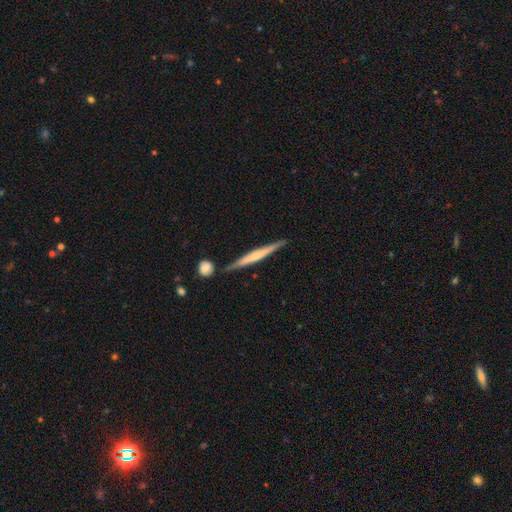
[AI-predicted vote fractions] Smooth or featured: featured or disk — 54% (smooth — 41%)
Edge-on disk: yes — 97% (no — 3%)
Edge-on bulge: none — 55% (rounded — 27%)
Merging: none — 83% (minor disturbance — 10%)